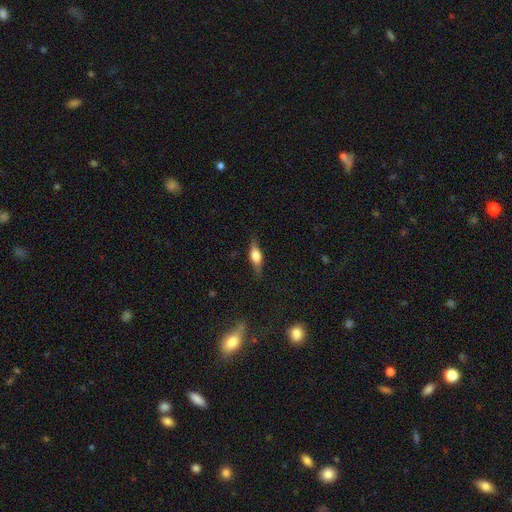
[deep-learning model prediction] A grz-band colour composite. It shows a smooth galaxy with no disk features (55%) that is in between round and cigar-shaped (57%). Merging: none (80%).